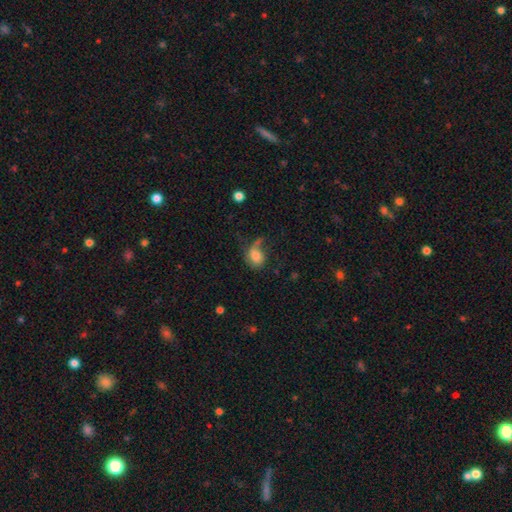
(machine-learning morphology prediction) smooth 70%, featured or disk 20%, star or artifact 10%. Down the decision tree: how rounded — in between (57%); merging — none (34%).